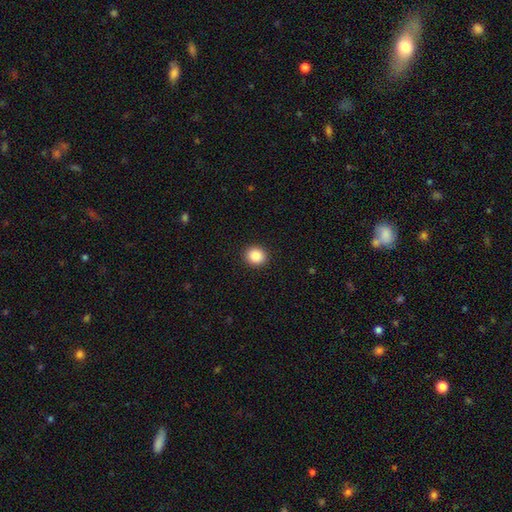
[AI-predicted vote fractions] smooth_or_featured: smooth (p=0.87) [alt: star or artifact p=0.09]
how_rounded: round (p=0.80) [alt: in between p=0.19]
merging: none (p=0.92) [alt: minor disturbance p=0.05]